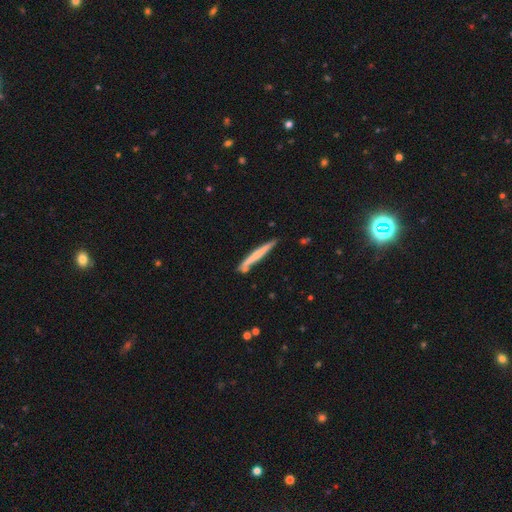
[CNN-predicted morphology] Smooth or featured? smooth (51%)
How rounded? cigar-shaped (97%)
Merging? none (79%)